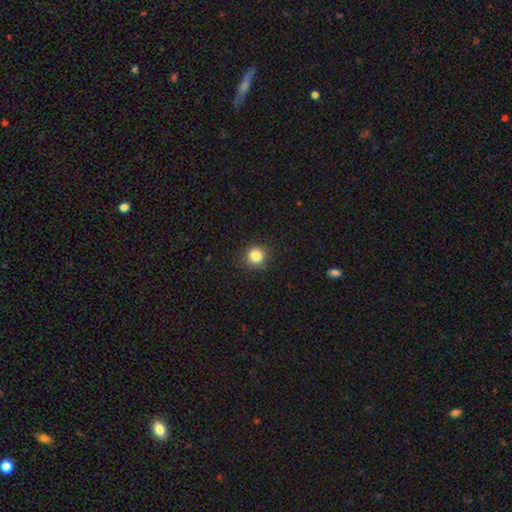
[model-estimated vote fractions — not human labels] smooth_or_featured: smooth (p=0.84) [alt: star or artifact p=0.11]
how_rounded: round (p=0.93) [alt: in between p=0.06]
merging: none (p=0.88) [alt: minor disturbance p=0.09]